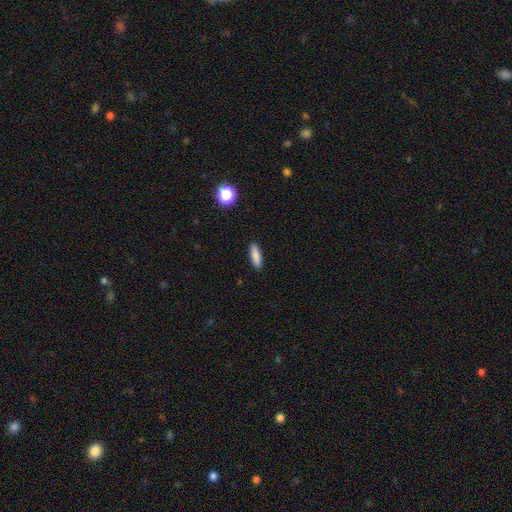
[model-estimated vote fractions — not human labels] Overall: smooth (86%). How rounded: cigar-shaped (58%; in between 40%). Merging: none (90%).